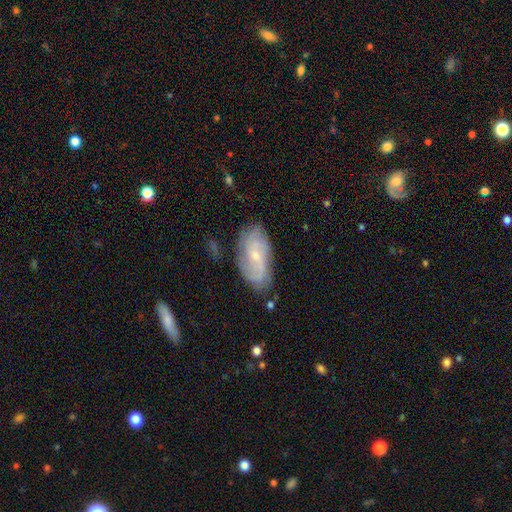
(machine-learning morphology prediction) A featured or disk galaxy (67%) with no bar (59%), tight (44%) spiral arms (87%) and a small central bulge (73%). Merging: none (71%).